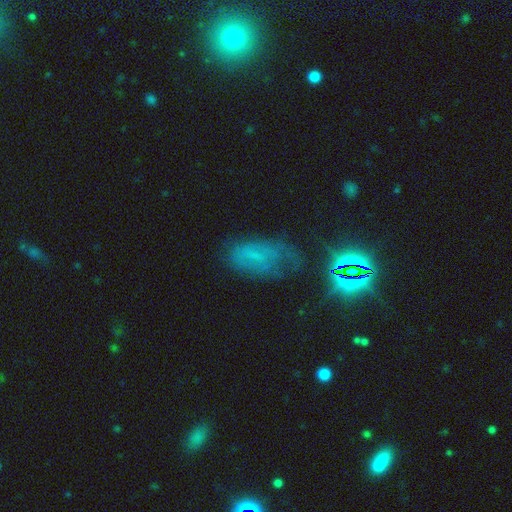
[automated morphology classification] Smooth or featured?
  - smooth: 38% *
  - star or artifact: 32%
  - featured or disk: 30%
Merging?
  - none: 49% *
  - minor disturbance: 27%
  - major disturbance: 20%
  - merger: 3%